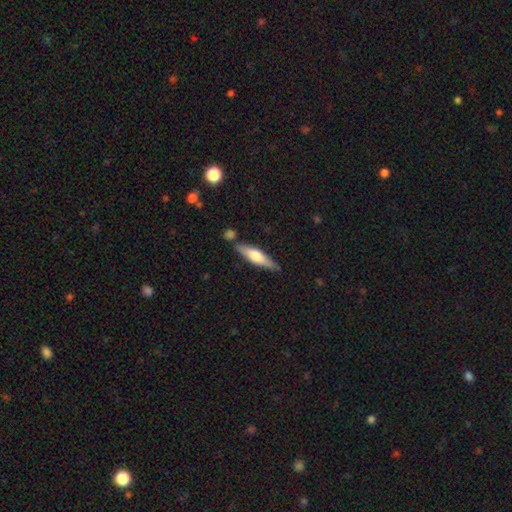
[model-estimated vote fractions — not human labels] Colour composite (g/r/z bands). It shows a smooth galaxy with no disk features (50%). Merging: none (76%).